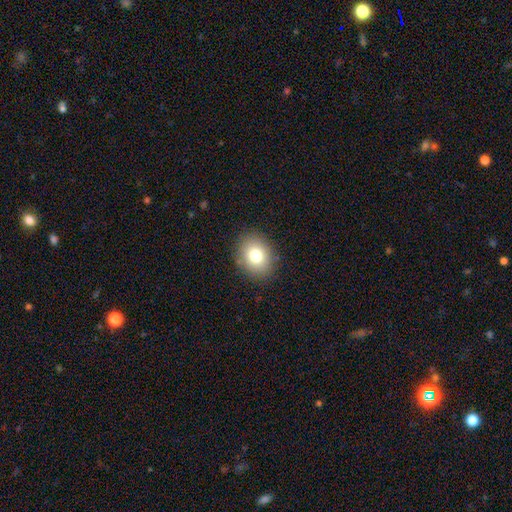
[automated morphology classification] This appears to be a smooth galaxy with no disk features (78%) that is in between round and cigar-shaped (53%). Merging: none (88%).